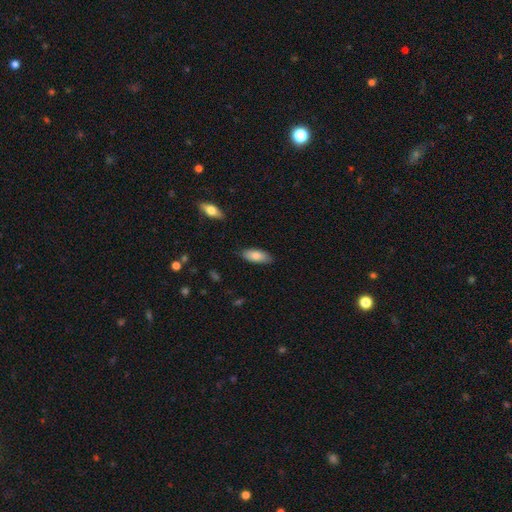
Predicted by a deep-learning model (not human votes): Overall: smooth (80%). How rounded: in between (83%). Merging: none (84%).